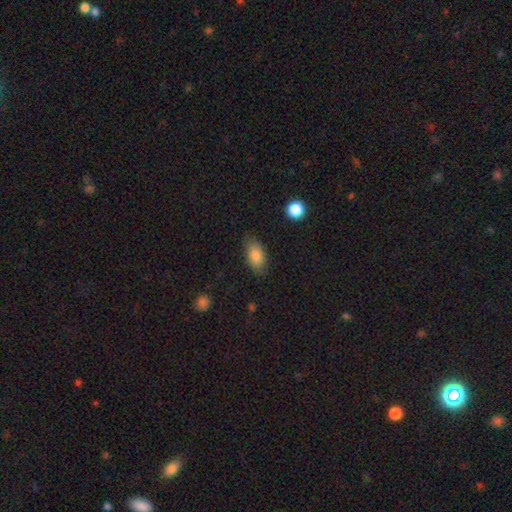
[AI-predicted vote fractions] Q: Smooth or featured?
A: smooth (84%); runner-up: featured or disk (8%)
Q: How rounded?
A: in between (91%); runner-up: round (5%)
Q: Merging?
A: none (78%); runner-up: minor disturbance (16%)